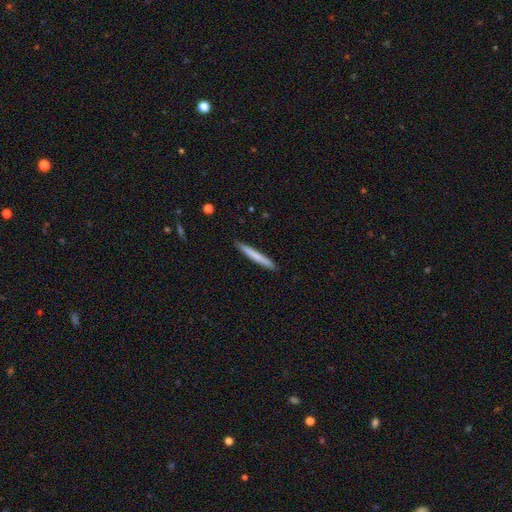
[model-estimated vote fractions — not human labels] smooth_or_featured: smooth (p=0.71) [alt: featured or disk p=0.23]
how_rounded: cigar-shaped (p=0.97) [alt: in between p=0.02]
merging: none (p=0.91) [alt: minor disturbance p=0.06]